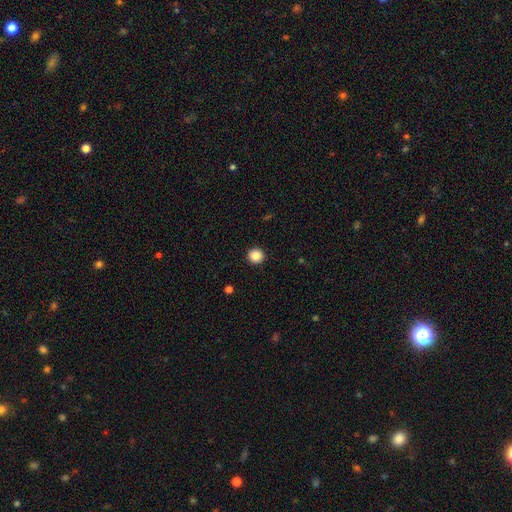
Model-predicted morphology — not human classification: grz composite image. It shows a smooth galaxy with no disk features (87%) that is round (94%). Merging: none (93%).